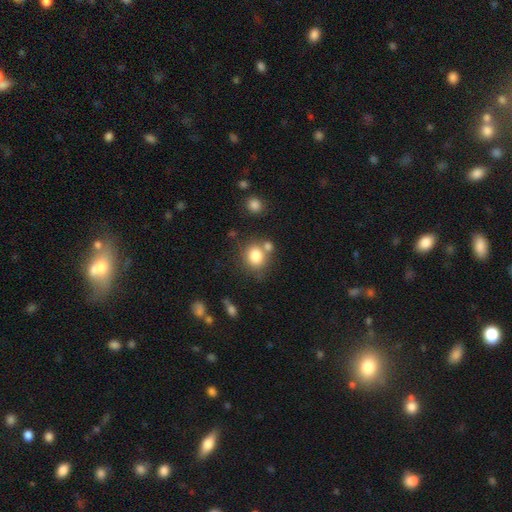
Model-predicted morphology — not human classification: type=smooth (81%); roundness=round (73%); merging=none (61%).